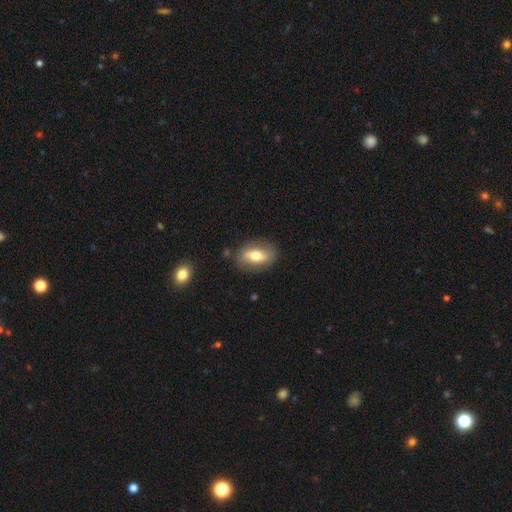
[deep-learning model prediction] Smooth or featured? smooth (60%)
How rounded? in between (81%)
Merging? none (81%)